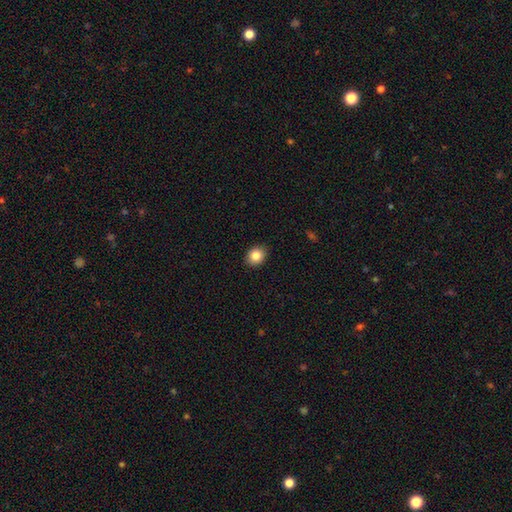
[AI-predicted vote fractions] Smooth or featured? Predicted: smooth (p=0.86). How rounded? Predicted: round (p=0.53). Merging? Predicted: none (p=0.90).